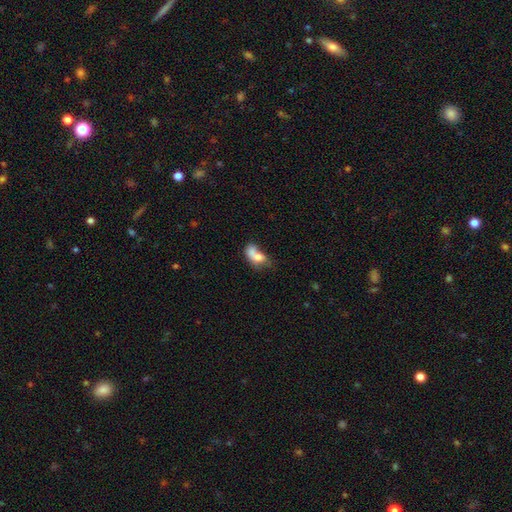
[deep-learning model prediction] Smooth or featured? smooth (66%)
How rounded? in between (80%)
Merging? merger (49%)